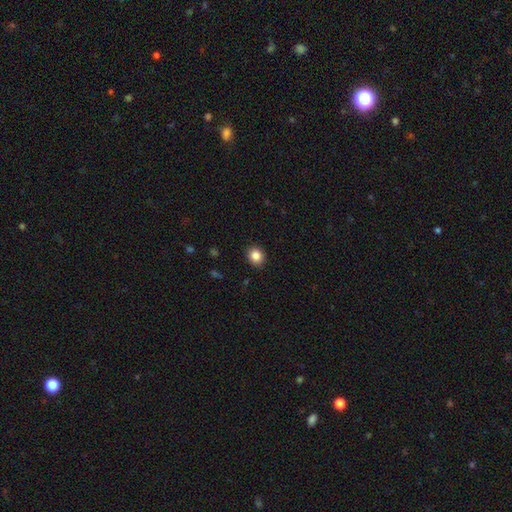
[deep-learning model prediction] Q: Smooth or featured?
A: smooth (85%); runner-up: star or artifact (10%)
Q: How rounded?
A: round (72%); runner-up: in between (28%)
Q: Merging?
A: none (91%); runner-up: minor disturbance (6%)